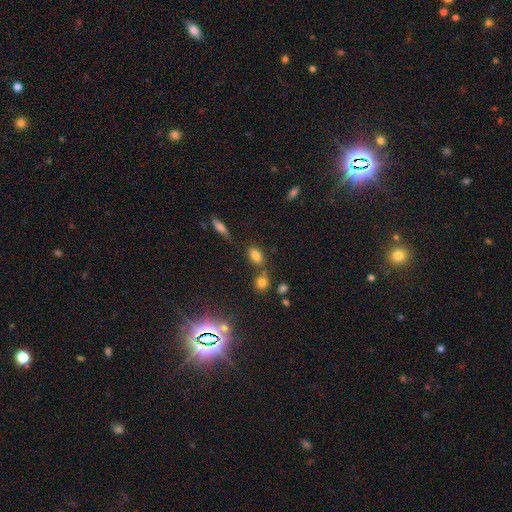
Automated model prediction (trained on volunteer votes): smooth-or-featured: smooth: 78% | star or artifact: 14% | featured or disk: 9%
  how-rounded: in between: 82% | round: 13% | cigar-shaped: 4%
  merging: none: 67% | merger: 15% | minor disturbance: 13% | major disturbance: 4%